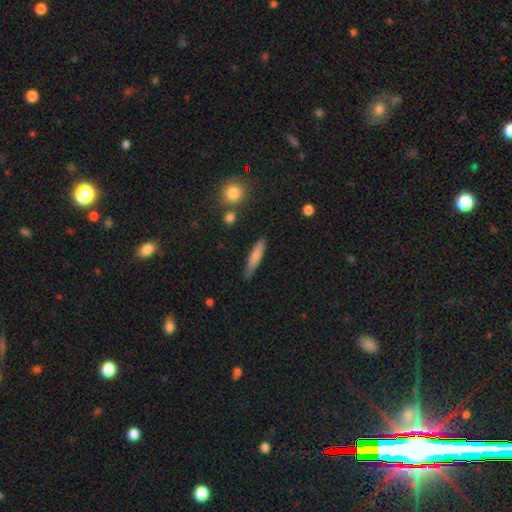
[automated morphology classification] Smooth or featured: smooth — 76% (featured or disk — 18%)
How rounded: cigar-shaped — 87% (in between — 12%)
Merging: none — 80% (minor disturbance — 14%)